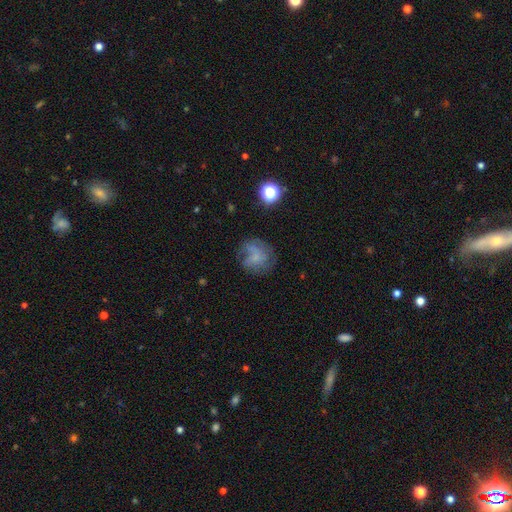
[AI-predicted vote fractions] A featured or disk galaxy (43%, tied with smooth).

Vote fractions:
- Smooth or featured? featured or disk: 43% (tied) / smooth: 43% (tied) / star or artifact: 14%
- Merging? none: 53% / major disturbance: 23% / minor disturbance: 22% / merger: 3%